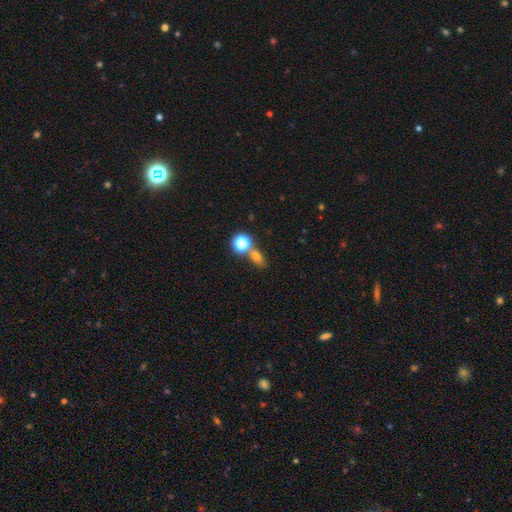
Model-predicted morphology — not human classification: Smooth or featured? Predicted: smooth (p=0.66). How rounded? Predicted: in between (p=0.56). Merging? Predicted: none (p=0.58).